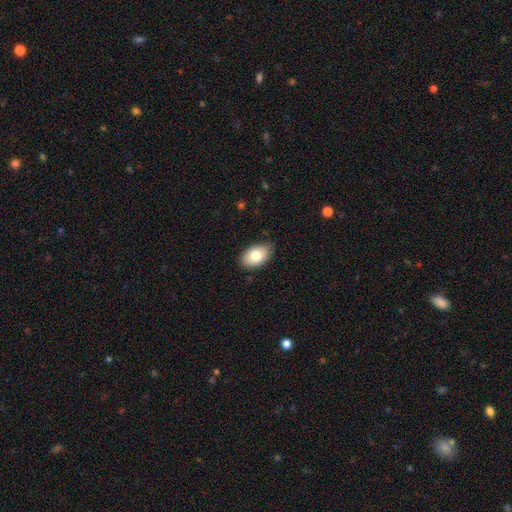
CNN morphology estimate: Smooth or featured: smooth — 79% (featured or disk — 14%)
How rounded: in between — 91% (round — 7%)
Merging: none — 82% (minor disturbance — 15%)